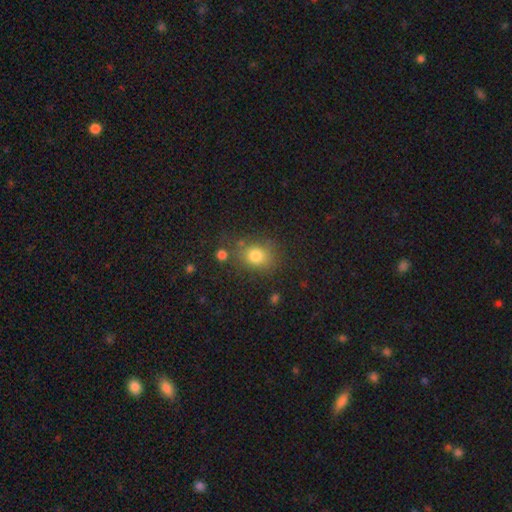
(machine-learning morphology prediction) Smooth or featured?
  - smooth: 79% *
  - star or artifact: 13%
  - featured or disk: 8%
How rounded?
  - round: 61% *
  - in between: 38%
  - cigar-shaped: 1%
Merging?
  - none: 72% *
  - minor disturbance: 15%
  - merger: 7%
  - major disturbance: 6%